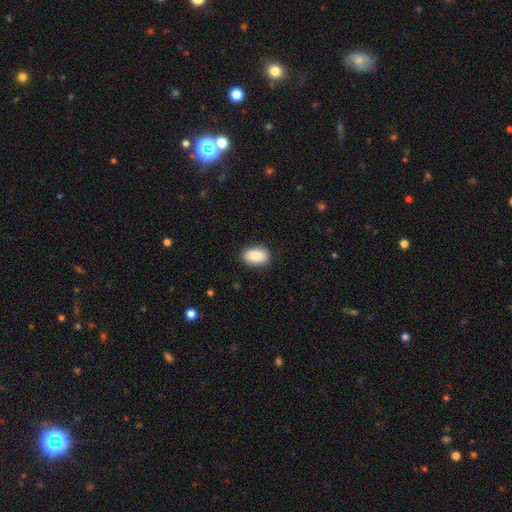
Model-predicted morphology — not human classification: Smooth or featured? smooth (90%)
How rounded? in between (87%)
Merging? none (86%)